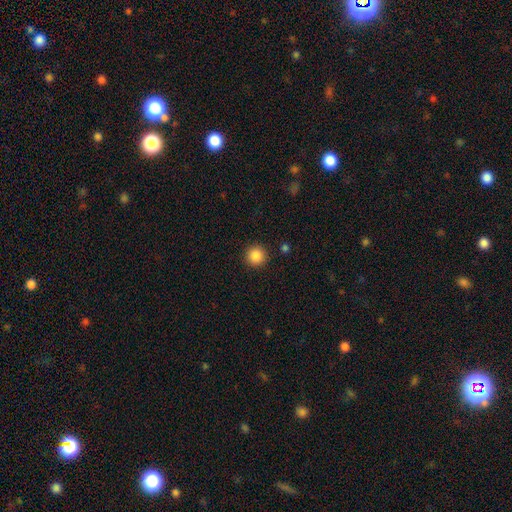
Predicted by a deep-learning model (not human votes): smooth 87%, star or artifact 10%, featured or disk 3%. Down the decision tree: how rounded — round (95%); merging — none (91%).